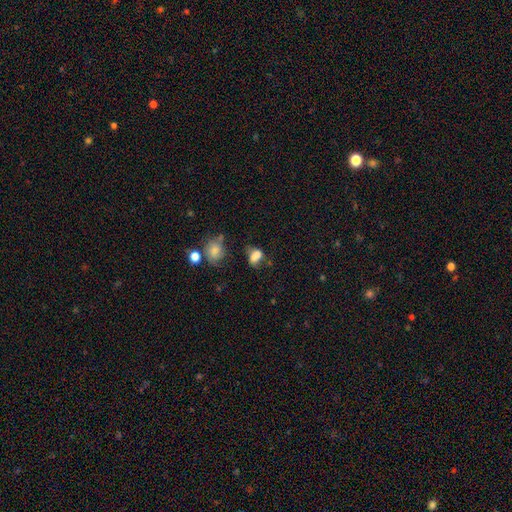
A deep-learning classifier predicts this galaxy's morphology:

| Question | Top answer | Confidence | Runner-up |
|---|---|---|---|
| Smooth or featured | smooth | 75% | star or artifact (13%) |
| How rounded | in between | 74% | round (23%) |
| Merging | none | 39% | minor disturbance (25%) |